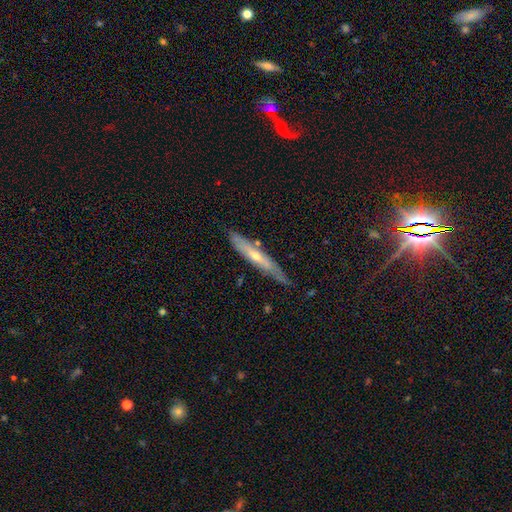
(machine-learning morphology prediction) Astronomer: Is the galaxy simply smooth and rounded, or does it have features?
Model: featured or disk — 62%.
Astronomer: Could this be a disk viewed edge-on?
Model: yes — 80%.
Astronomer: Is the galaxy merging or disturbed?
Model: none — 74%.